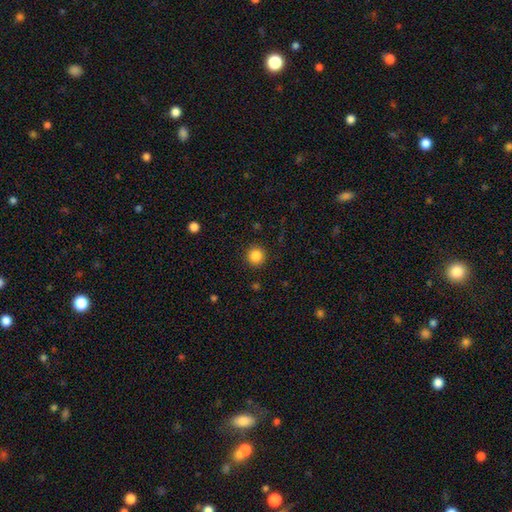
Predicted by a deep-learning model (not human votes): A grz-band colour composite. It shows a smooth galaxy with no disk features (86%) that is round (95%). Merging: none (92%).